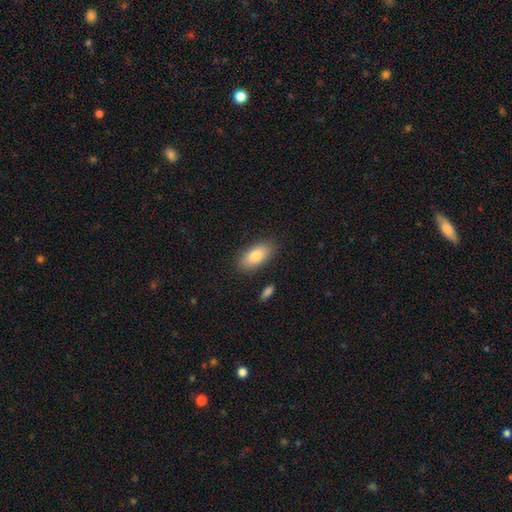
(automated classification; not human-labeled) This appears to be a smooth galaxy with no disk features (82%) that is in between round and cigar-shaped (91%). Merging: none (84%).